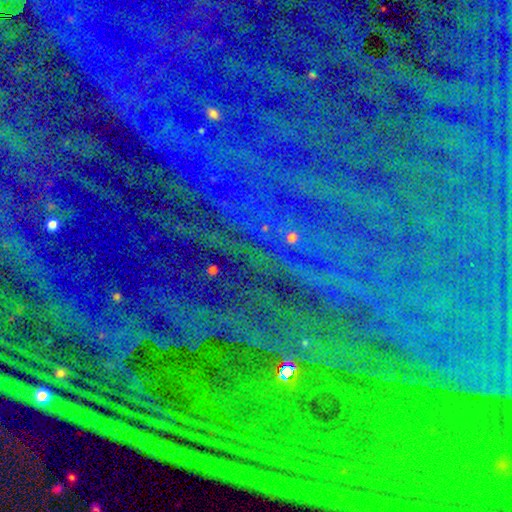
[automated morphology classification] smooth_or_featured: star or artifact (p=0.86) [alt: featured or disk p=0.07]